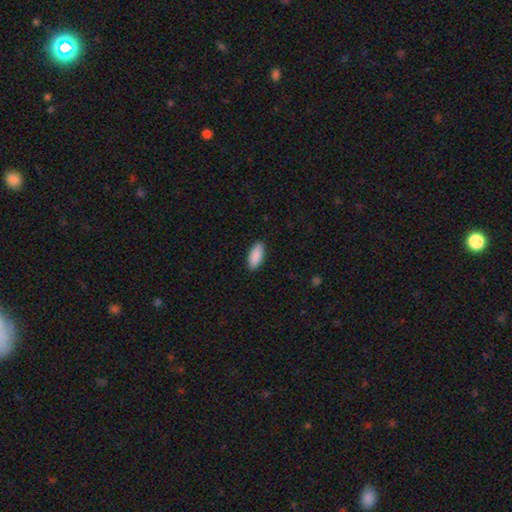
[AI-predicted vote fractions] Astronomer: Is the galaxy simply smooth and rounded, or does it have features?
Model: smooth — 90%.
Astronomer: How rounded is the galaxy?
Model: in between — 87%.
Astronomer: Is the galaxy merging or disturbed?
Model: none — 90%.